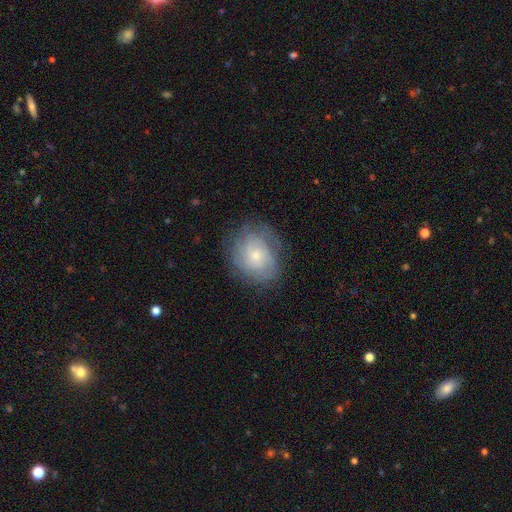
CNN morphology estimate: This appears to be a featured or disk galaxy (62%) with no bar (78%), tight (61%) spiral arms (86%) and a small central bulge (68%). Merging: none (74%).